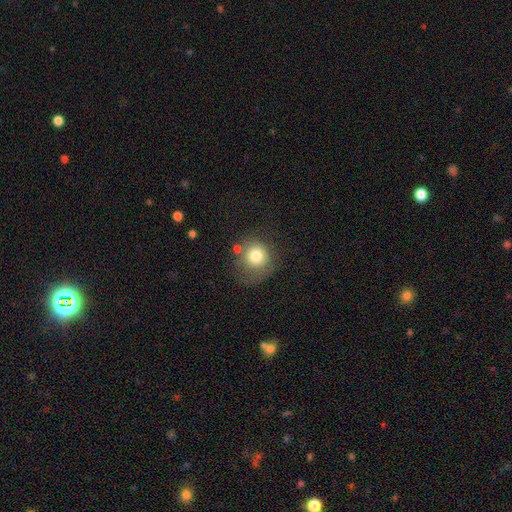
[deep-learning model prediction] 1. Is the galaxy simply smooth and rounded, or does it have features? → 77% smooth, 14% featured or disk, 10% star or artifact.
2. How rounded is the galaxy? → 87% round, 12% in between, 1% cigar-shaped.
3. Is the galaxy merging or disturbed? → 53% none, 23% minor disturbance, 16% major disturbance, 8% merger.